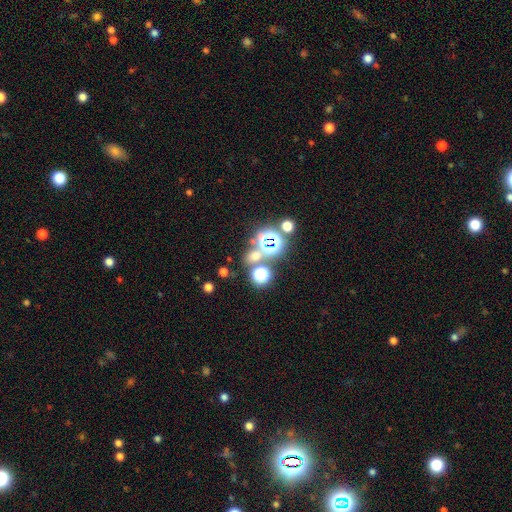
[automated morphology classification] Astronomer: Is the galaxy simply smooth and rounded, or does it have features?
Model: star or artifact — 47% (runner-up: smooth, 44%).